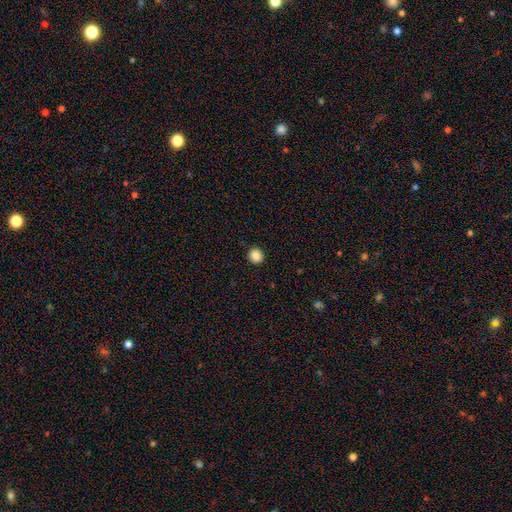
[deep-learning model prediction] The model was most divided on "smooth or featured": smooth: 86%, star or artifact: 10%, featured or disk: 4%. More confident: merging — none (93%); how rounded — round (93%).